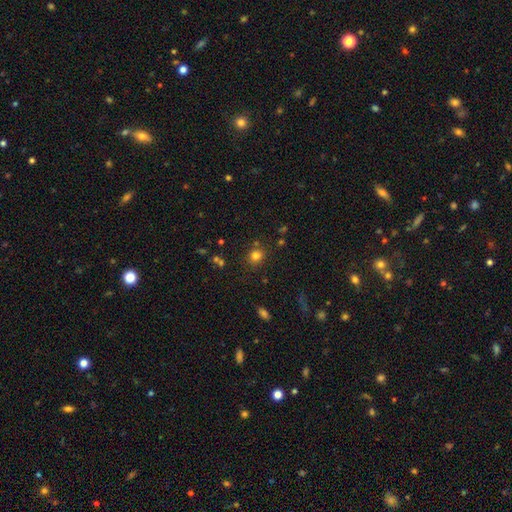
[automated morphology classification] smooth-or-featured: smooth: 78% | star or artifact: 15% | featured or disk: 7%
  how-rounded: round: 76% | in between: 23% | cigar-shaped: 1%
  merging: none: 80% | minor disturbance: 11% | merger: 6% | major disturbance: 4%